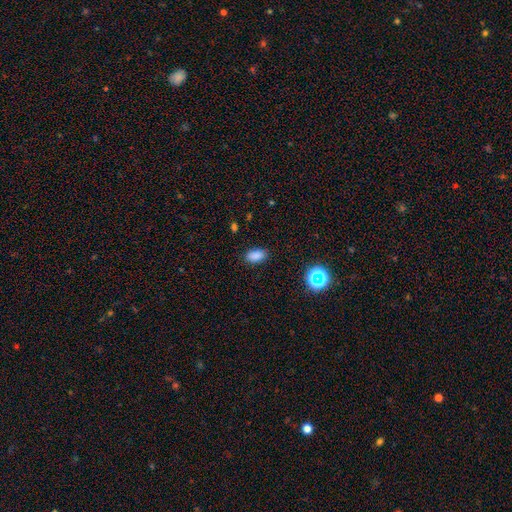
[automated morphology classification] A smooth galaxy with no disk features (84%) that is in between round and cigar-shaped (91%).

Vote fractions:
- Smooth or featured? smooth: 84% / star or artifact: 12% / featured or disk: 4%
- How rounded? in between: 91% / round: 6% / cigar-shaped: 3%
- Merging? none: 86% / minor disturbance: 10% / major disturbance: 3% / merger: 1%